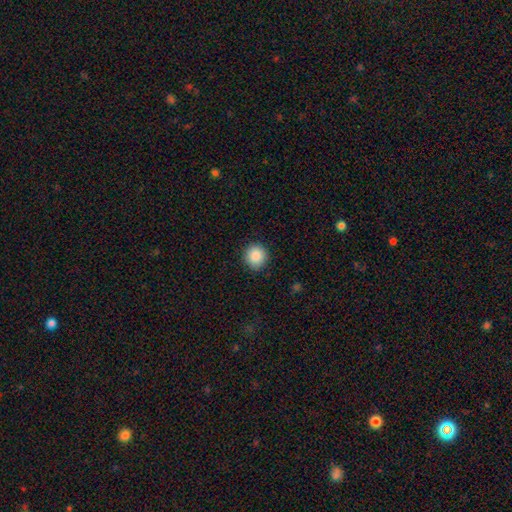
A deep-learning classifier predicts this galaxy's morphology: smooth_or_featured: smooth (p=0.88) [alt: star or artifact p=0.09]
how_rounded: round (p=0.91) [alt: in between p=0.08]
merging: none (p=0.90) [alt: minor disturbance p=0.07]